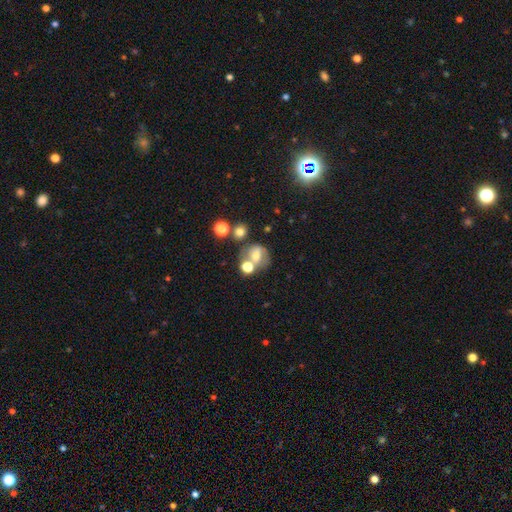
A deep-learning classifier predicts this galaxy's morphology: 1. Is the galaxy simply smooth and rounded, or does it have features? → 53% smooth, 32% featured or disk, 15% star or artifact.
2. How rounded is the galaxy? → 65% round, 33% in between, 1% cigar-shaped.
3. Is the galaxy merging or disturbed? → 43% none, 31% merger, 15% minor disturbance, 11% major disturbance.